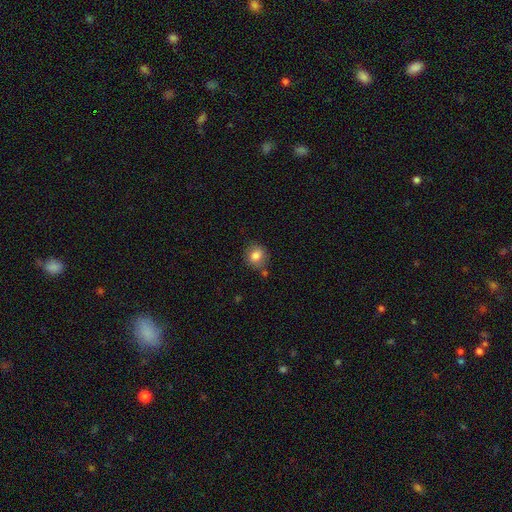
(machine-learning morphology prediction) Smooth or featured? smooth (82%)
How rounded? round (75%)
Merging? none (76%)